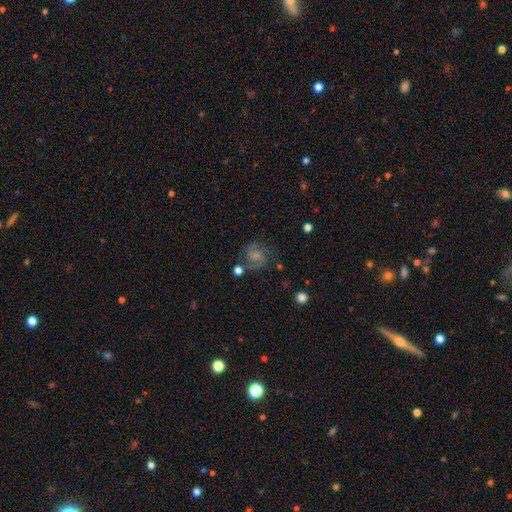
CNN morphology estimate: Q: Smooth or featured?
A: featured or disk (74%); runner-up: smooth (17%)
Q: Edge-on disk?
A: no (98%); runner-up: yes (2%)
Q: Bar?
A: no (62%); runner-up: weak (33%)
Q: Spiral arms?
A: yes (95%); runner-up: no (5%)
Q: Spiral winding?
A: medium (52%); runner-up: tight (35%)
Q: Spiral arm count?
A: 2 (62%); runner-up: 3 (19%)
Q: Bulge size?
A: small (43%); runner-up: moderate (26%)
Q: Merging?
A: none (70%); runner-up: minor disturbance (17%)